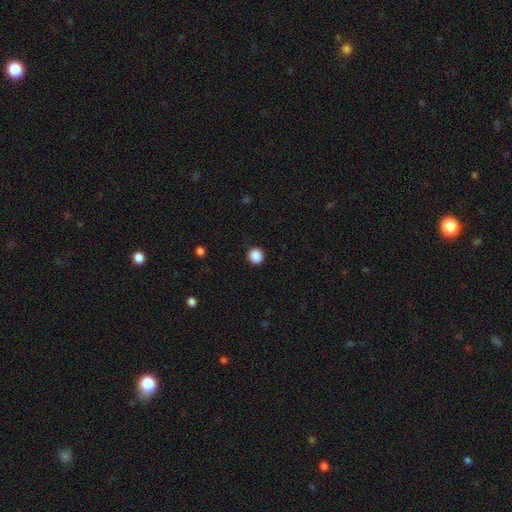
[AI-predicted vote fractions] Smooth or featured? smooth (88%)
How rounded? round (92%)
Merging? none (92%)